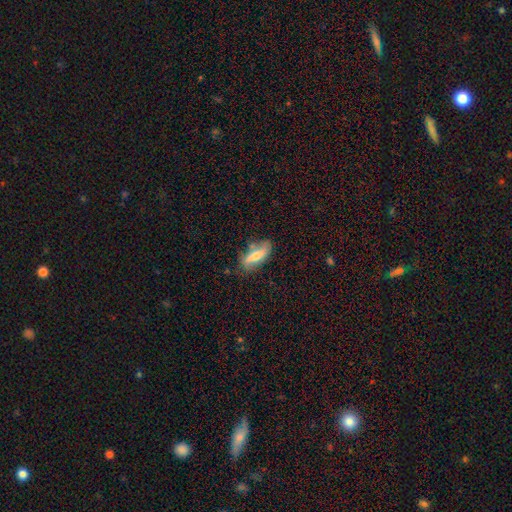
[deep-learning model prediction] This appears to be a smooth galaxy with no disk features (54%) that is in between round and cigar-shaped (62%). Merging: none (66%).